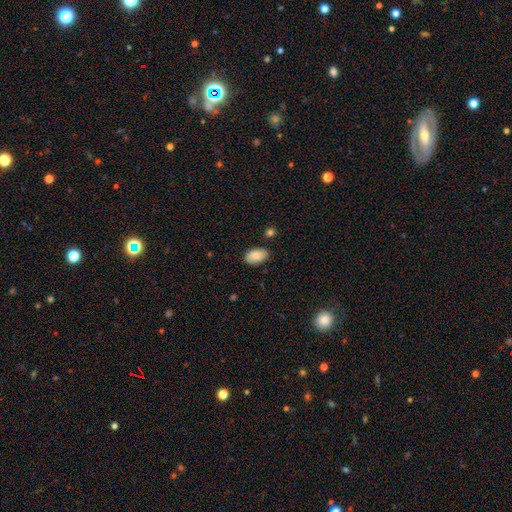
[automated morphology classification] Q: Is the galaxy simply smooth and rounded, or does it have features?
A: smooth — 83%.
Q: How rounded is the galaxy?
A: in between — 92%.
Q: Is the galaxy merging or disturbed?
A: none — 78%.